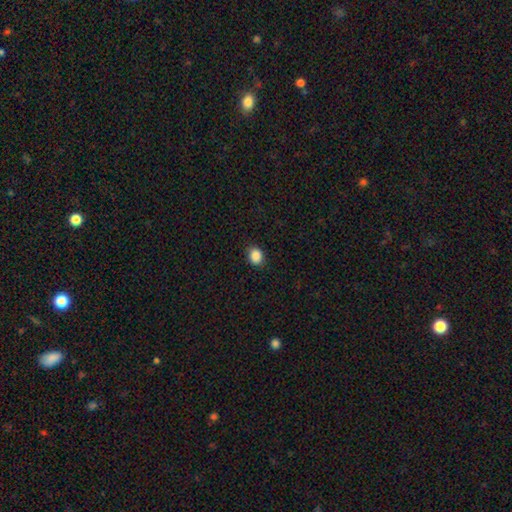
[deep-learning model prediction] smooth-or-featured: smooth: 88% | star or artifact: 9% | featured or disk: 3%
  how-rounded: round: 52% | in between: 47% | cigar-shaped: 1%
  merging: none: 86% | minor disturbance: 11% | major disturbance: 2% | merger: 1%